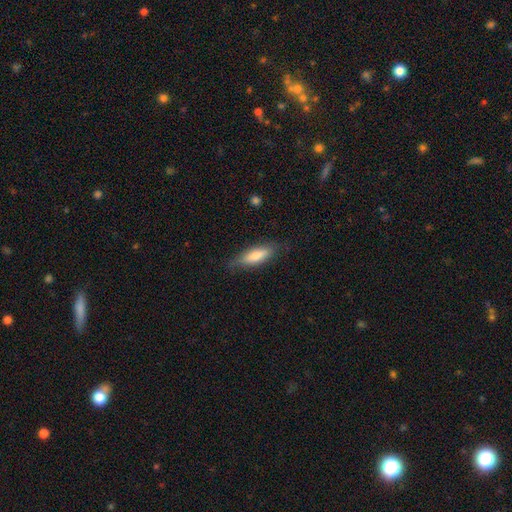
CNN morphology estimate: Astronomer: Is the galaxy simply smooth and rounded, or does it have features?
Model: smooth — 71%.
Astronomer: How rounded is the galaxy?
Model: in between — 50% (runner-up: cigar-shaped, 49%).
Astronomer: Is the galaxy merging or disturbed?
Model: none — 78%.